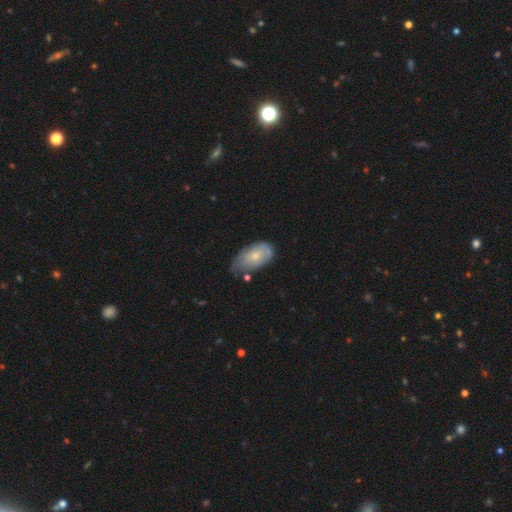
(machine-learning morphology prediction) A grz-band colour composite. It shows a smooth galaxy with no disk features (59%) that is in between round and cigar-shaped (91%). Merging: minor disturbance (44%).